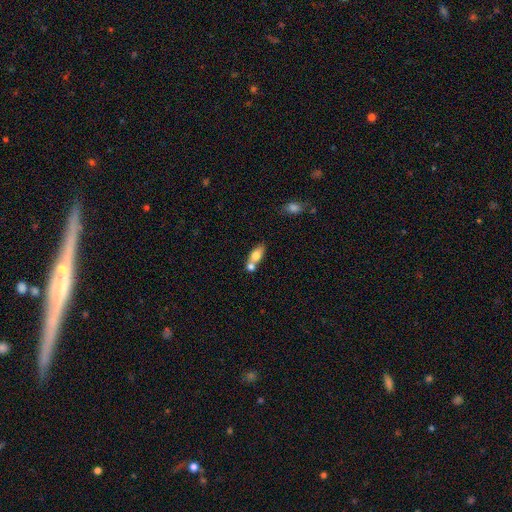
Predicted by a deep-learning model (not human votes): A smooth galaxy with no disk features (73%) that is in between round and cigar-shaped (74%). Merging: merger (51%).